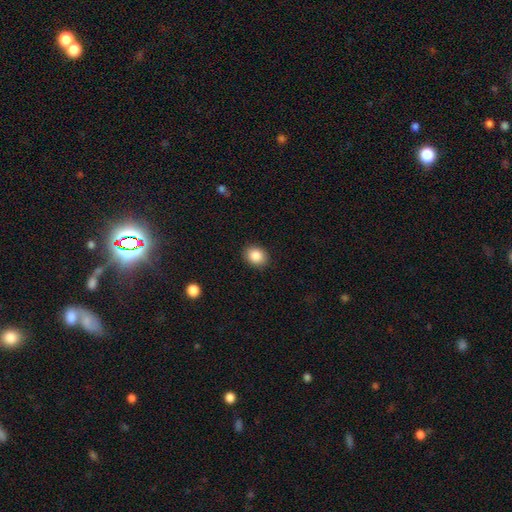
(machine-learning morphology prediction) Smooth or featured: smooth — 87% (star or artifact — 9%)
How rounded: round — 52% (in between — 47%)
Merging: none — 90% (minor disturbance — 7%)